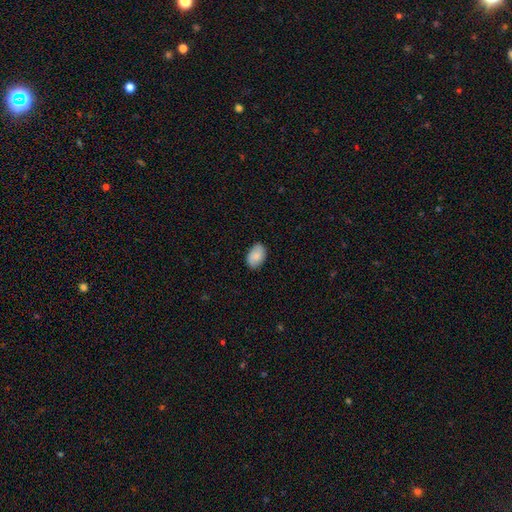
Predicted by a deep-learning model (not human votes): Q: Smooth or featured?
A: smooth (84%); runner-up: featured or disk (9%)
Q: How rounded?
A: in between (88%); runner-up: round (10%)
Q: Merging?
A: none (84%); runner-up: minor disturbance (13%)